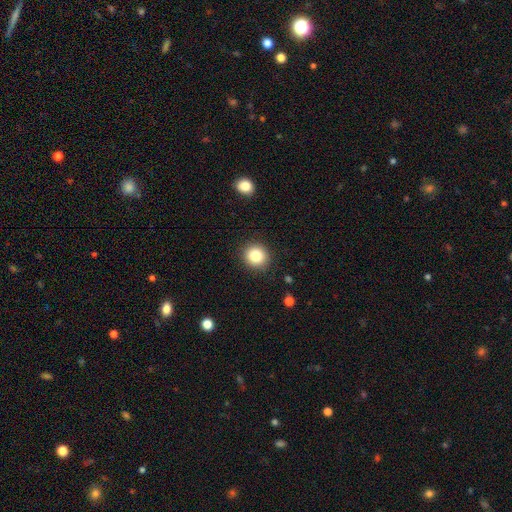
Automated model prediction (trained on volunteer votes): Overall: smooth (83%). How rounded: round (89%). Merging: none (90%).